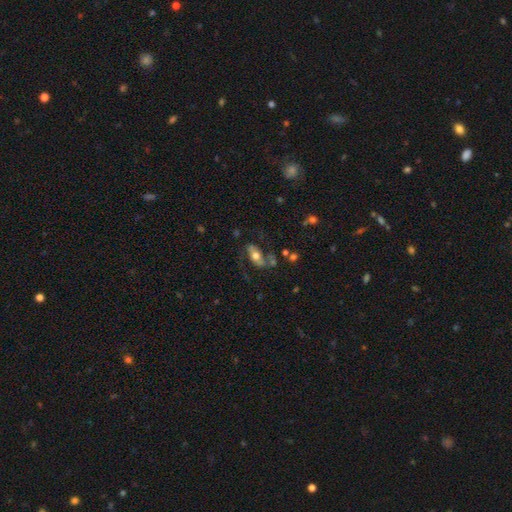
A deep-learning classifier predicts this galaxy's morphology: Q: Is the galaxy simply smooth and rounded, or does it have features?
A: smooth — 49%.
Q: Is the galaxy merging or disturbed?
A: none — 52%.